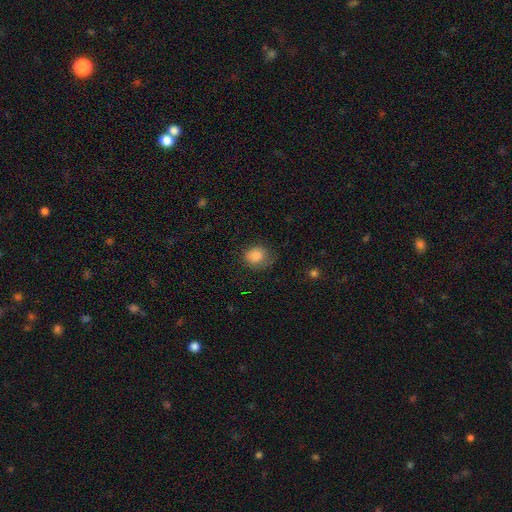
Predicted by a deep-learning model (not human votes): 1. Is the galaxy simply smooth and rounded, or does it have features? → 84% smooth, 10% star or artifact, 6% featured or disk.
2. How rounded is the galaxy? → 68% round, 31% in between, 1% cigar-shaped.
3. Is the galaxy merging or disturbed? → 65% none, 25% minor disturbance, 9% major disturbance, 1% merger.